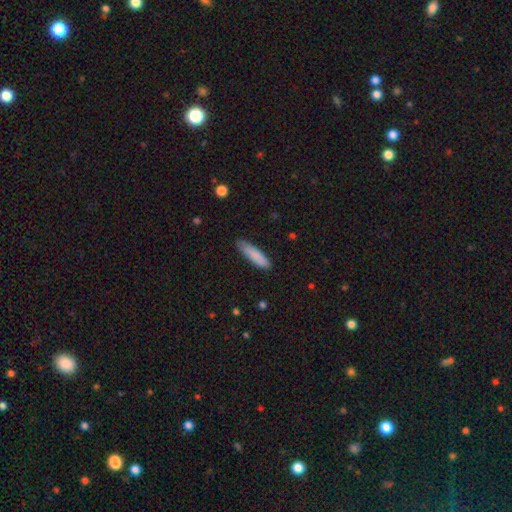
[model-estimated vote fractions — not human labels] Smooth or featured? Predicted: smooth (p=0.85). How rounded? Predicted: cigar-shaped (p=0.73). Merging? Predicted: none (p=0.81).